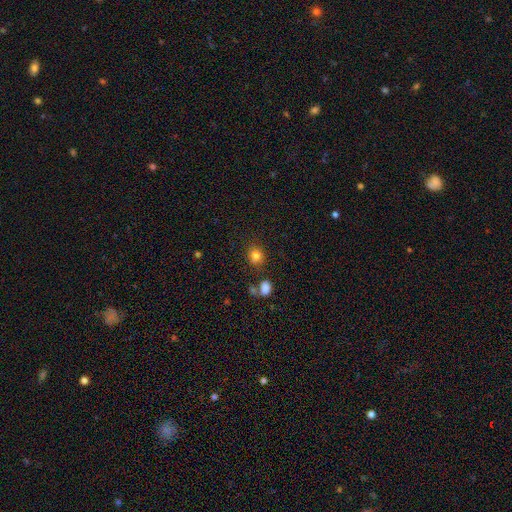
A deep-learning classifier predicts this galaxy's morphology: Smooth or featured? smooth (81%)
How rounded? round (68%)
Merging? none (77%)